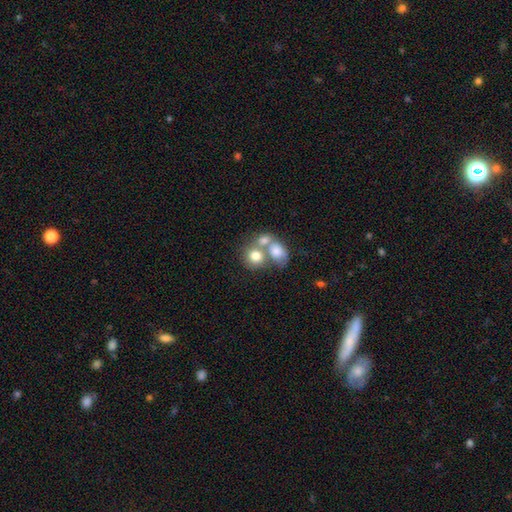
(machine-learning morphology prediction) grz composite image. It shows a smooth galaxy with no disk features (71%) that is round (68%). Merging: merger (57%).